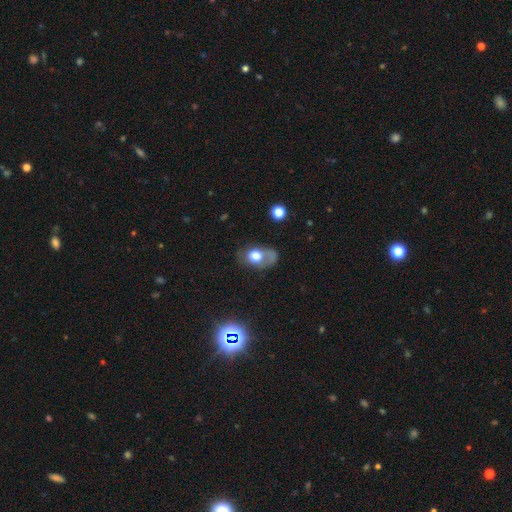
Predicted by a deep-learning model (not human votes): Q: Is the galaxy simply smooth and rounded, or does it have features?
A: smooth — 60%.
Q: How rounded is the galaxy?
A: in between — 66%.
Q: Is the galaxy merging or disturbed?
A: none — 46%.